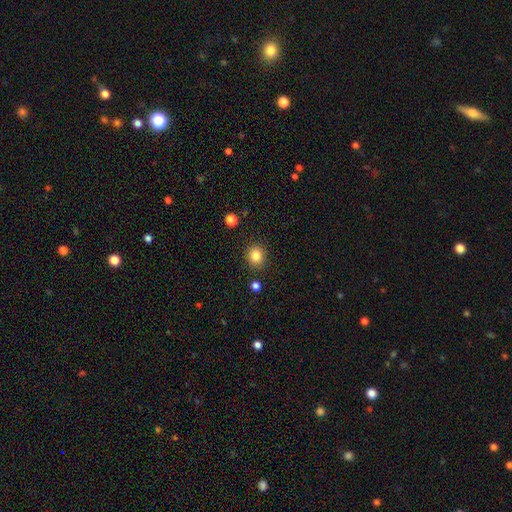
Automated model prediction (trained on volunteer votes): Smooth or featured? Predicted: smooth (p=0.83). How rounded? Predicted: round (p=0.81). Merging? Predicted: none (p=0.89).